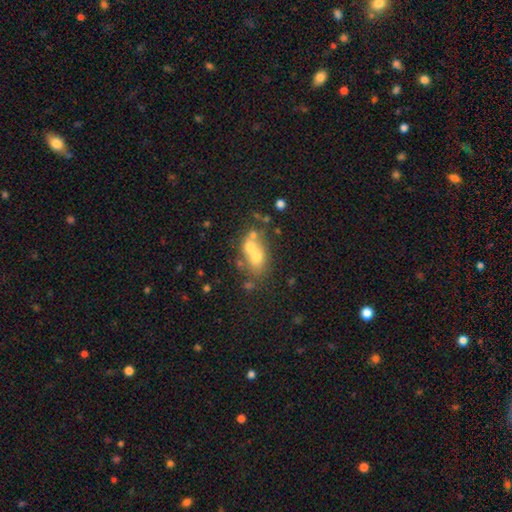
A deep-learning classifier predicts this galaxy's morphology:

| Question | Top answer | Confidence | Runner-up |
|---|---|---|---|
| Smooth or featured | smooth | 56% | featured or disk (30%) |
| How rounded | in between | 51% | round (47%) |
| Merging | merger | 55% | none (31%) |